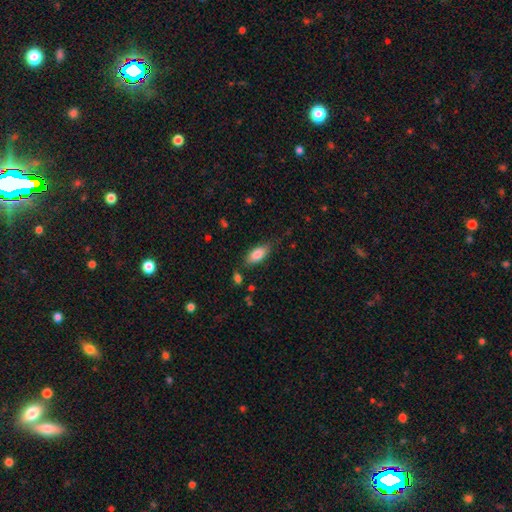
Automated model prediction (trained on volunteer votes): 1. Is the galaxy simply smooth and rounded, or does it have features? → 83% smooth, 11% featured or disk, 7% star or artifact.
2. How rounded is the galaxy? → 84% in between, 14% cigar-shaped, 2% round.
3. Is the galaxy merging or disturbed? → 75% none, 18% minor disturbance, 4% major disturbance, 3% merger.